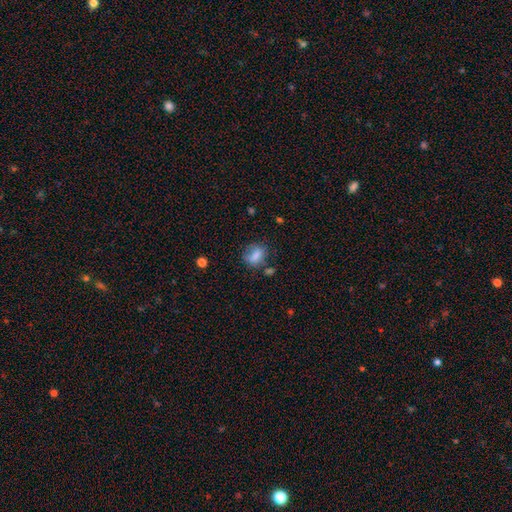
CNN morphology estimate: Smooth or featured: smooth — 77% (featured or disk — 12%)
How rounded: in between — 58% (round — 39%)
Merging: none — 56% (minor disturbance — 25%)